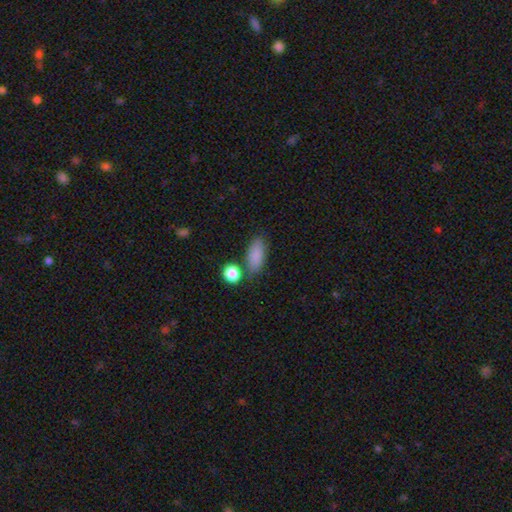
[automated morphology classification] The model was most divided on "merging": none: 73%, minor disturbance: 14%, merger: 8%, major disturbance: 4%. More confident: smooth or featured — smooth (86%); how rounded — in between (81%).